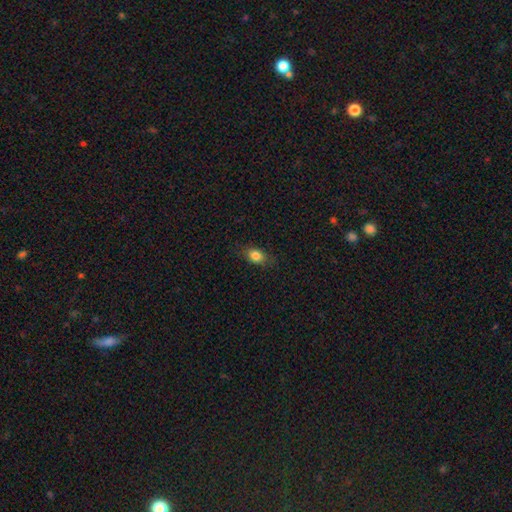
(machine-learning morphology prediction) Smooth or featured? Predicted: smooth (p=0.84). How rounded? Predicted: in between (p=0.73). Merging? Predicted: none (p=0.81).